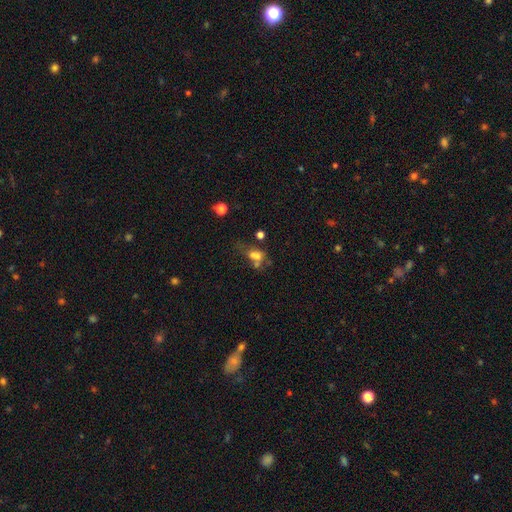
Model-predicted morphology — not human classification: Smooth or featured? Predicted: smooth (p=0.58). How rounded? Predicted: in between (p=0.70). Merging? Predicted: merger (p=0.37).